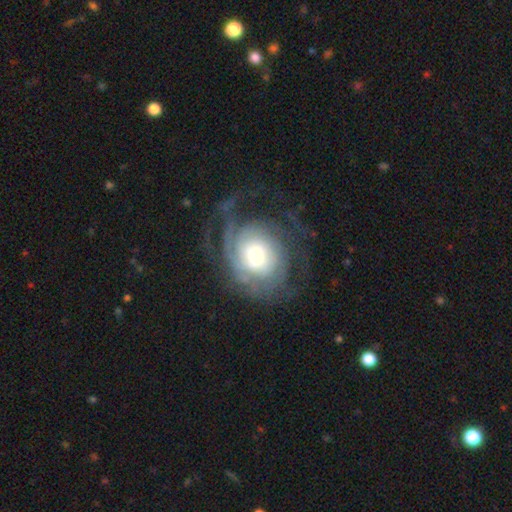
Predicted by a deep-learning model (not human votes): A featured or disk galaxy (81%) with no bar (72%), tight (58%) spiral arms (93%) and a moderate central bulge (45%). Merging: none (59%).